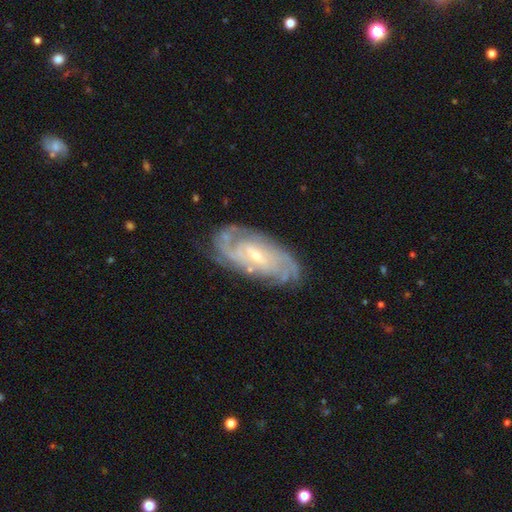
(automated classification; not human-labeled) featured or disk 86%, smooth 8%, star or artifact 6%. Down the decision tree: edge-on disk — no (94%); bar — weak (44%); spiral arms — yes (96%); spiral arm count — can't tell (35%); spiral winding — tight (67%); bulge size — small (71%); merging — none (78%).